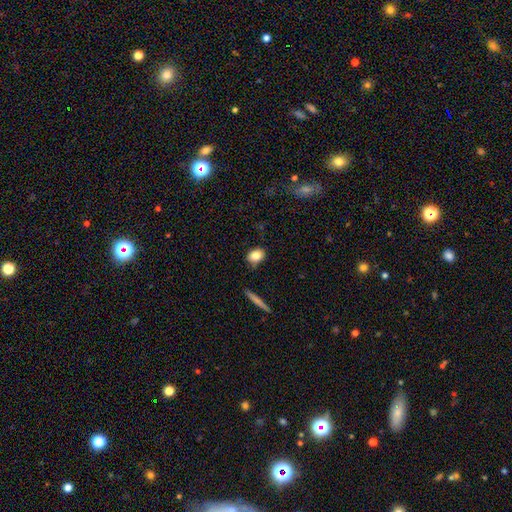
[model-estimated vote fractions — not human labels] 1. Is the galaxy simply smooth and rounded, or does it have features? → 81% smooth, 11% featured or disk, 9% star or artifact.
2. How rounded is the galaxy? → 63% in between, 34% round, 3% cigar-shaped.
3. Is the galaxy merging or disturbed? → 78% none, 16% minor disturbance, 3% major disturbance, 3% merger.